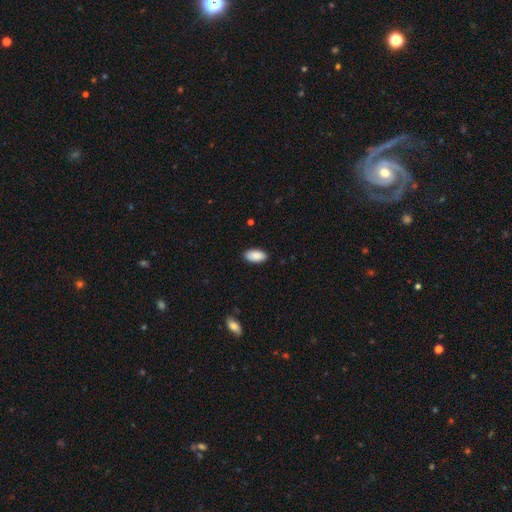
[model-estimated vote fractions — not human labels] Smooth or featured: smooth — 90% (star or artifact — 6%)
How rounded: in between — 94% (cigar-shaped — 4%)
Merging: none — 88% (minor disturbance — 9%)